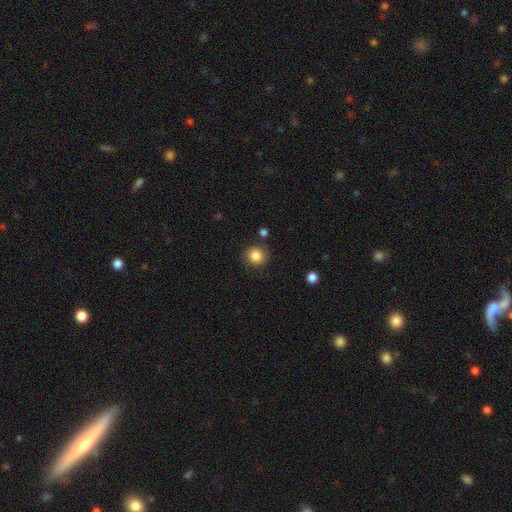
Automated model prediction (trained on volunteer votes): Smooth or featured: smooth — 82% (featured or disk — 9%)
How rounded: round — 87% (in between — 12%)
Merging: none — 78% (minor disturbance — 14%)